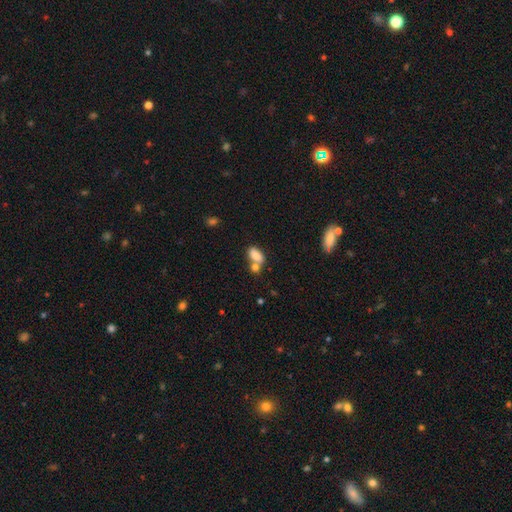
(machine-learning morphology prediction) Smooth or featured? Predicted: smooth (p=0.80). How rounded? Predicted: in between (p=0.88). Merging? Predicted: merger (p=0.48).